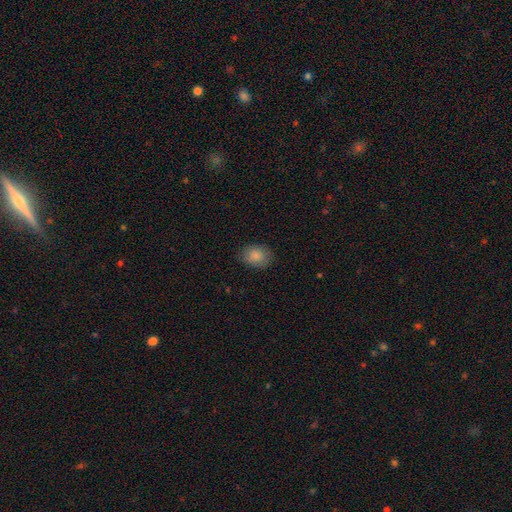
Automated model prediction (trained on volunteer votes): smooth-or-featured: smooth: 86% | star or artifact: 8% | featured or disk: 6%
  how-rounded: in between: 61% | round: 38% | cigar-shaped: 1%
  merging: none: 81% | minor disturbance: 14% | major disturbance: 3% | merger: 1%